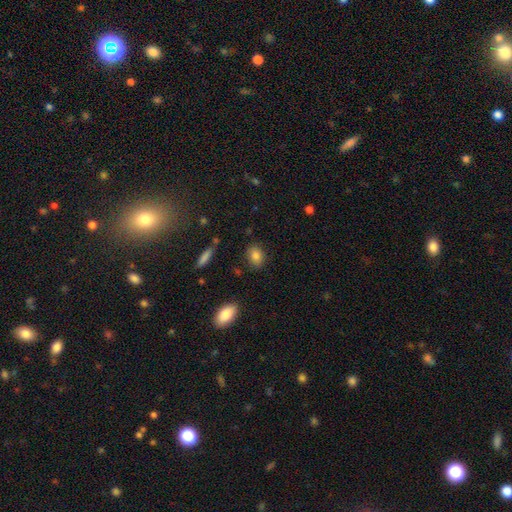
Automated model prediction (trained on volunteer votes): Smooth or featured? Predicted: smooth (p=0.83). How rounded? Predicted: in between (p=0.74). Merging? Predicted: none (p=0.84).